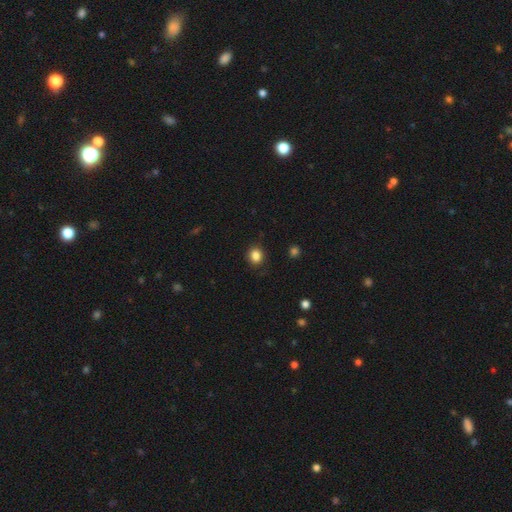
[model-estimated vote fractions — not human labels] smooth 85%, star or artifact 11%, featured or disk 4%. Down the decision tree: how rounded — round (75%); merging — none (87%).